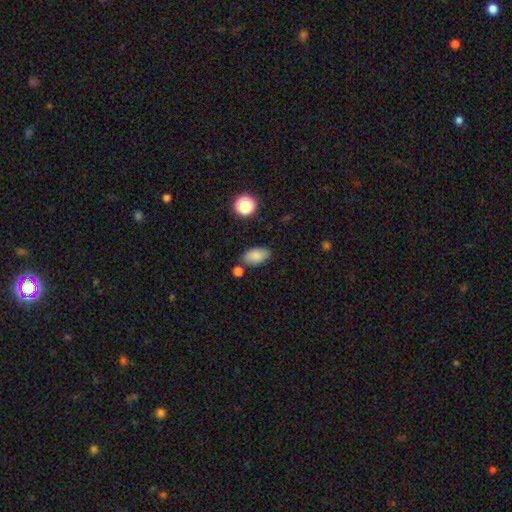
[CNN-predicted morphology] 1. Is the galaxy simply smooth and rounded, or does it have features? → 85% smooth, 9% star or artifact, 6% featured or disk.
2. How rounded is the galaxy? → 92% in between, 6% round, 3% cigar-shaped.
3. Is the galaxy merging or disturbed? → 75% none, 14% minor disturbance, 8% merger, 3% major disturbance.